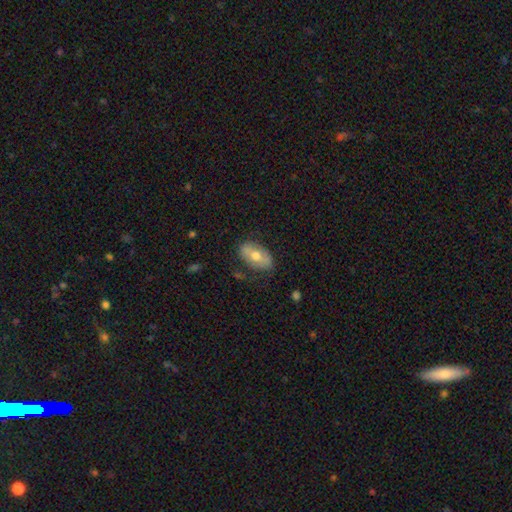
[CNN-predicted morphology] A smooth galaxy with no disk features (60%) that is in between round and cigar-shaped (91%).

Vote fractions:
- Smooth or featured? smooth: 60% / featured or disk: 33% / star or artifact: 6%
- How rounded? in between: 91% / round: 7% / cigar-shaped: 2%
- Merging? none: 76% / minor disturbance: 18% / major disturbance: 4% / merger: 2%